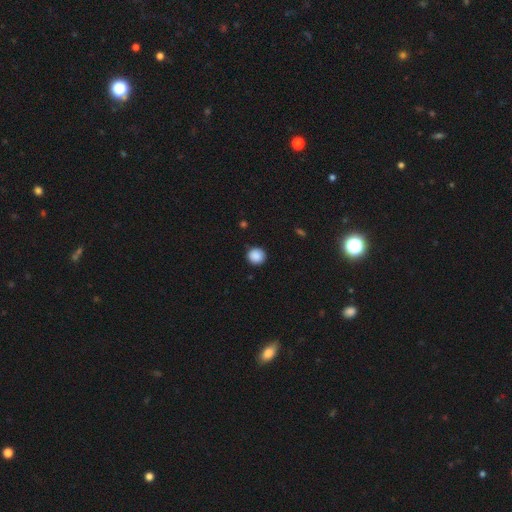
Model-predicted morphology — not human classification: This is clearly a smooth galaxy (89%). How rounded: clearly round (94%). Merging: clearly none (90%).